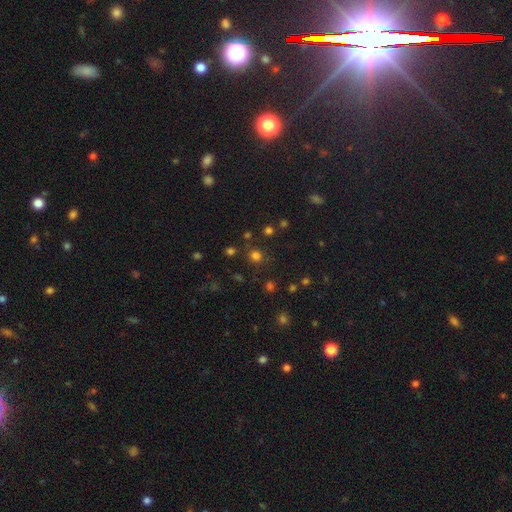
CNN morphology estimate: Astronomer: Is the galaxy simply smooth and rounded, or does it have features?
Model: smooth — 72%.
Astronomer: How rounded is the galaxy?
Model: round — 89%.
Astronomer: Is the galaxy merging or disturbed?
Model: none — 84%.